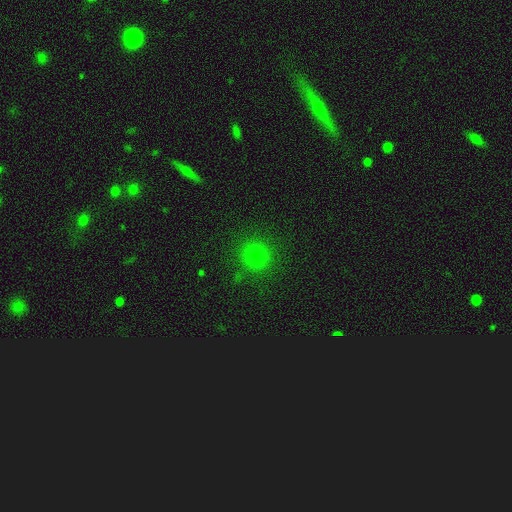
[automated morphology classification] Overall: smooth (77%). How rounded: round (92%). Merging: none (88%).